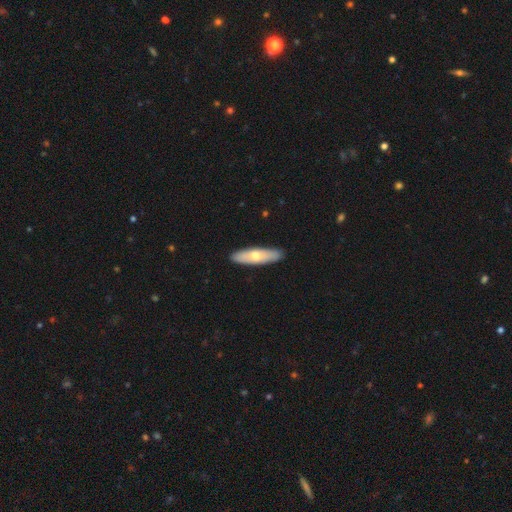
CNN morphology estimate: Smooth or featured? Predicted: smooth (p=0.57). How rounded? Predicted: cigar-shaped (p=0.61). Merging? Predicted: none (p=0.90).